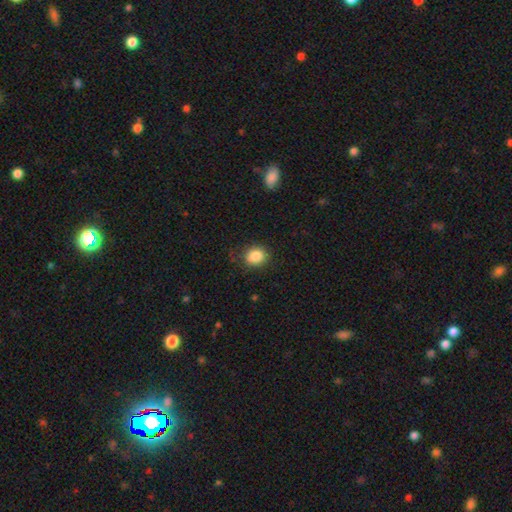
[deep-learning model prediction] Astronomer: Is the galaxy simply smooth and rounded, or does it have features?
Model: smooth — 85%.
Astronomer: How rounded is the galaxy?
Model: round — 65%.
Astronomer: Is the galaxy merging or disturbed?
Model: none — 81%.